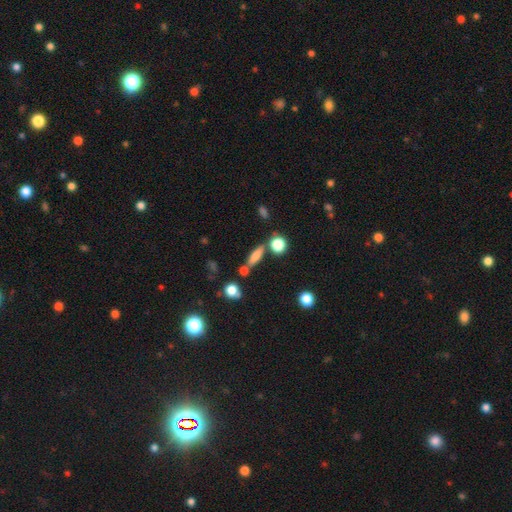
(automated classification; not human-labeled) A smooth galaxy with no disk features (68%) that is cigar-shaped (56%). Merging: none (72%).